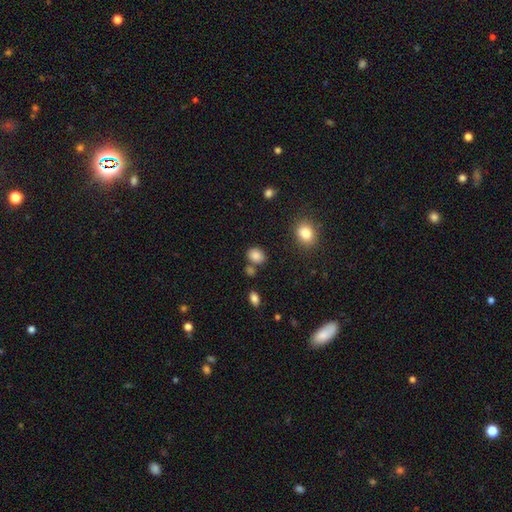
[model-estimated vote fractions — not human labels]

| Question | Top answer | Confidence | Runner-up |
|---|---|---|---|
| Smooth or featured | smooth | 86% | star or artifact (10%) |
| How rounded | in between | 54% | round (44%) |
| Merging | none | 73% | minor disturbance (13%) |